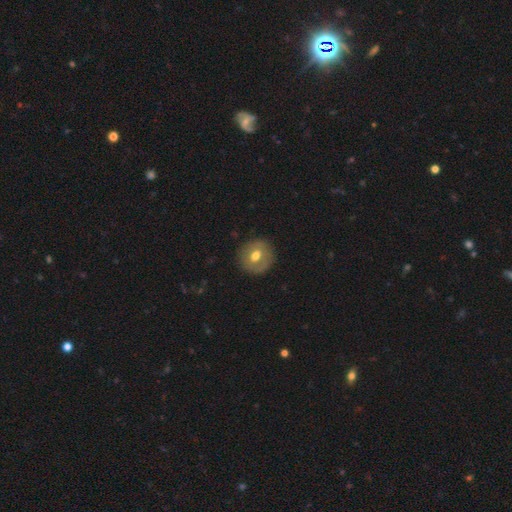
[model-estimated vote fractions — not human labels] This is likely a smooth galaxy (61%). How rounded: clearly round (91%). Merging: clearly none (87%).